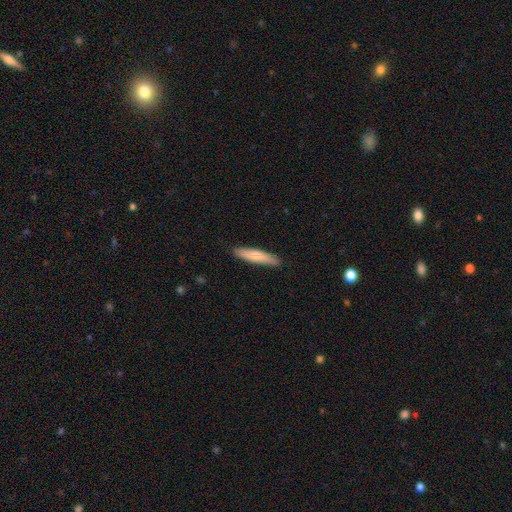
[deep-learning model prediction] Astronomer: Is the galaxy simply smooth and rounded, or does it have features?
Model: smooth — 73%.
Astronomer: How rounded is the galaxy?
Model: cigar-shaped — 88%.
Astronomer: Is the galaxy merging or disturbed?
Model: none — 90%.